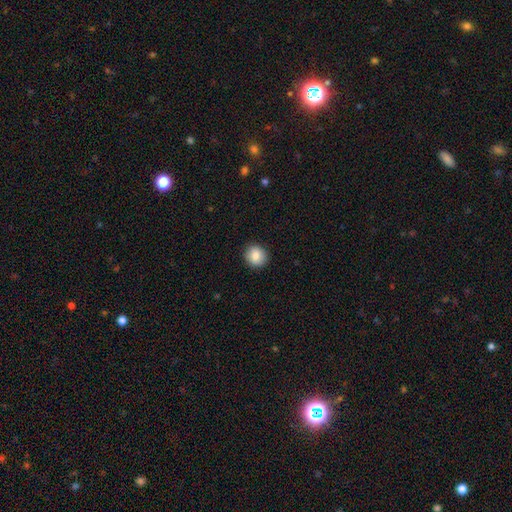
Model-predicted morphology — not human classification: Overall: smooth (86%). How rounded: round (83%). Merging: none (90%).